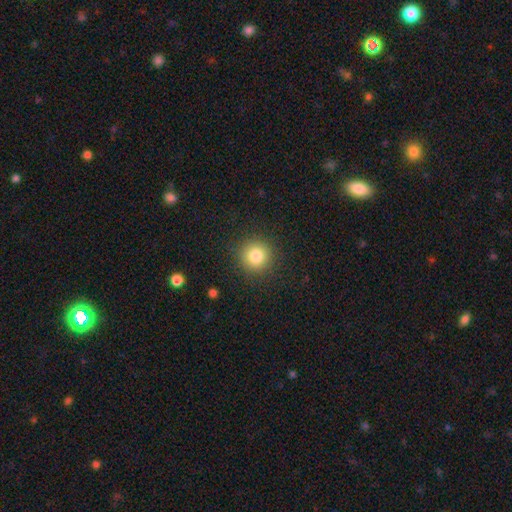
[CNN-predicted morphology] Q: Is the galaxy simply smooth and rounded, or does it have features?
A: smooth — 82%.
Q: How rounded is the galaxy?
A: round — 94%.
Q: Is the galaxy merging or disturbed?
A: none — 90%.